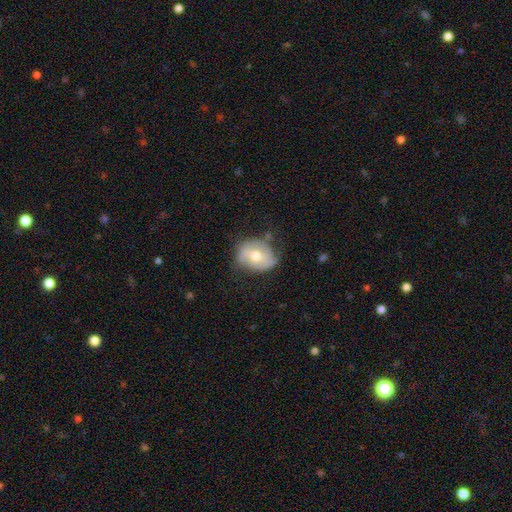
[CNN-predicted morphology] Smooth or featured: featured or disk — 50% (smooth — 42%)
Merging: none — 59% (minor disturbance — 29%)